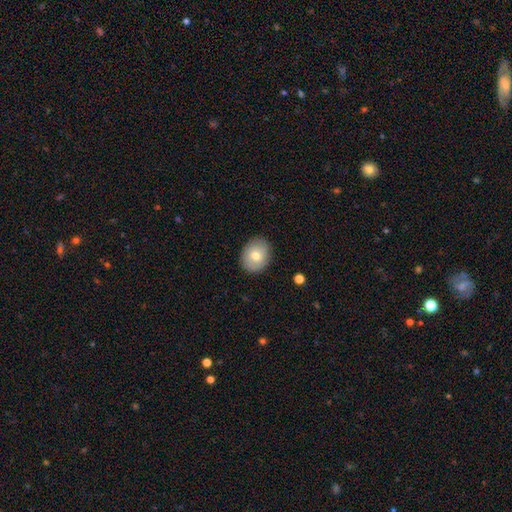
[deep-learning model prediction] smooth 73%, featured or disk 19%, star or artifact 8%. Down the decision tree: how rounded — round (52%); merging — none (88%).